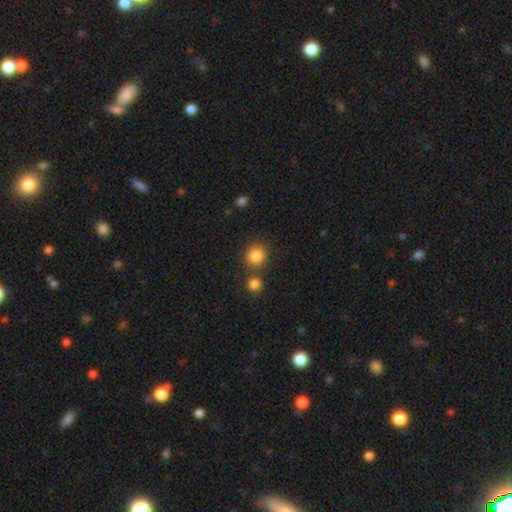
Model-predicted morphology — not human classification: This is clearly a smooth galaxy (85%). How rounded: clearly round (86%). Merging: likely none (73%).